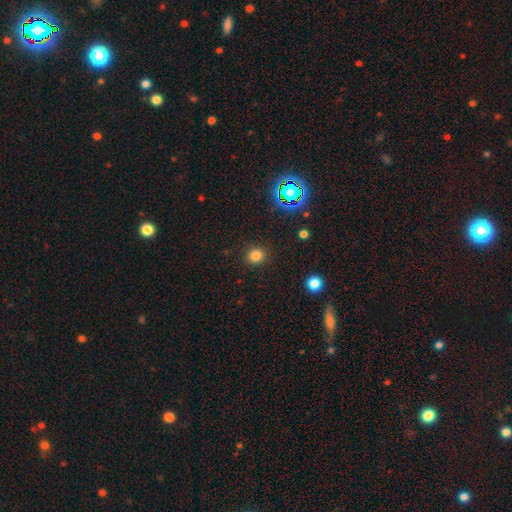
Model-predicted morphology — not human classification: A smooth galaxy with no disk features (79%) that is round (84%).

Vote fractions:
- Smooth or featured? smooth: 79% / star or artifact: 16% / featured or disk: 4%
- How rounded? round: 84% / in between: 15% / cigar-shaped: 1%
- Merging? none: 90% / minor disturbance: 6% / major disturbance: 2% / merger: 1%